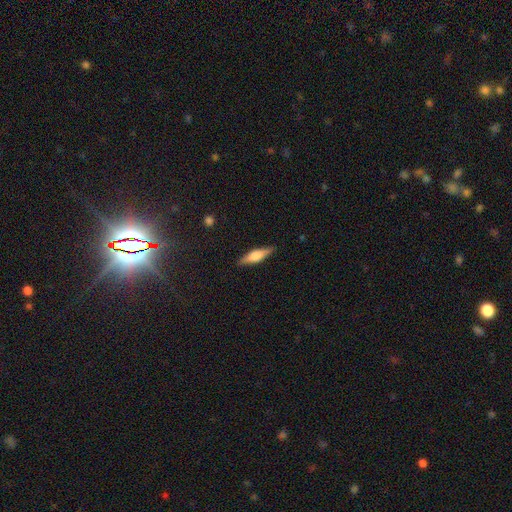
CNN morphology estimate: A smooth galaxy with no disk features (48%). Merging: none (88%).